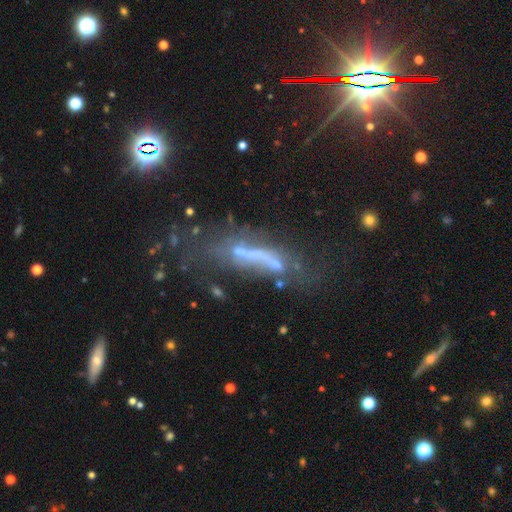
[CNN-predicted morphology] type=featured or disk (50%); merging=none (35%).